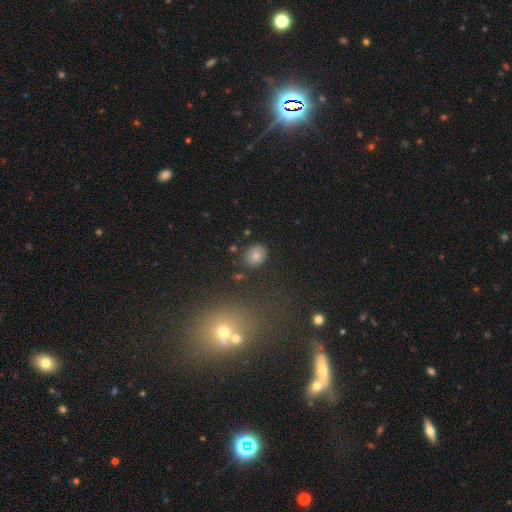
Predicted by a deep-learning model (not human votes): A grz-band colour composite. It shows a smooth galaxy with no disk features (78%) that is round (60%). Merging: none (82%).